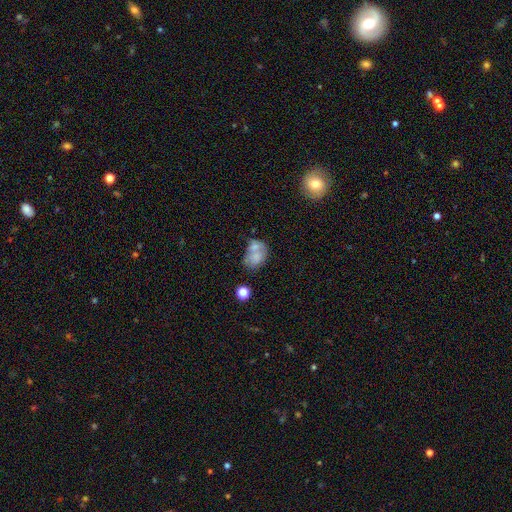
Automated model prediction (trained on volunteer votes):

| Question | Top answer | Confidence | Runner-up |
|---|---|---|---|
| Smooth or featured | smooth | 62% | featured or disk (28%) |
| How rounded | in between | 70% | round (29%) |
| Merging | merger | 41% | none (31%) |